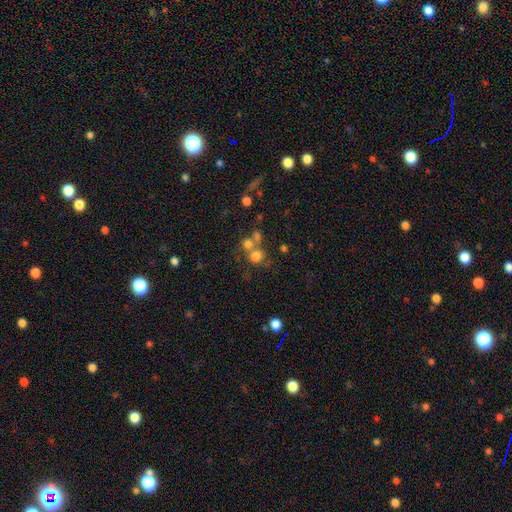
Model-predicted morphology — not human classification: type=smooth (70%); roundness=round (83%); merging=none (46%).